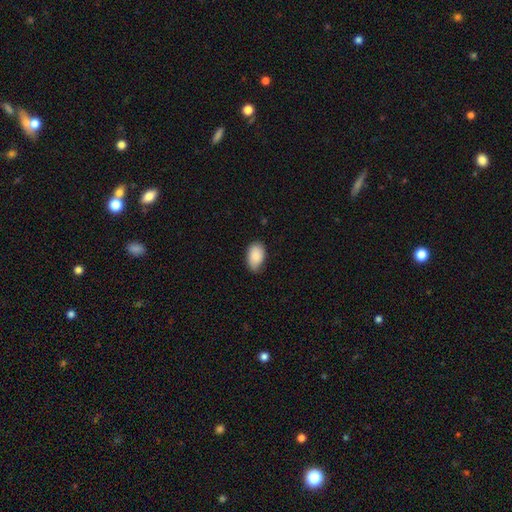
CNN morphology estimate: Smooth or featured: smooth — 87% (featured or disk — 7%)
How rounded: in between — 91% (round — 8%)
Merging: none — 71% (minor disturbance — 25%)